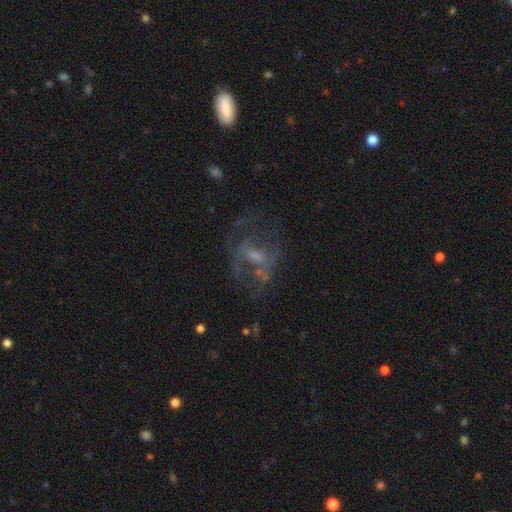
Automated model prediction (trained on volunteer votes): Smooth or featured: featured or disk — 66% (smooth — 19%)
Edge-on disk: no — 96% (yes — 4%)
Bar: no — 51% (weak — 39%)
Spiral arms: no — 51% (yes — 49%)
Bulge size: small — 37% (moderate — 34%)
Merging: none — 47% (major disturbance — 32%)